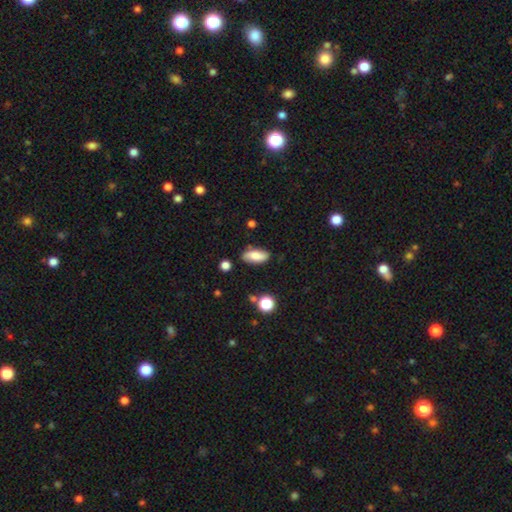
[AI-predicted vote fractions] smooth_or_featured: smooth (p=0.72) [alt: featured or disk p=0.20]
how_rounded: in between (p=0.85) [alt: cigar-shaped p=0.11]
merging: none (p=0.78) [alt: minor disturbance p=0.16]